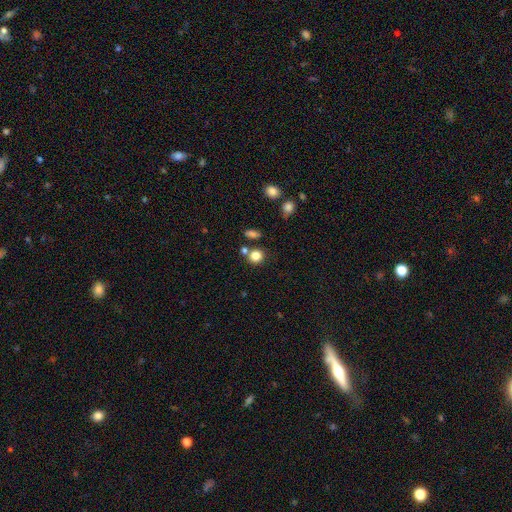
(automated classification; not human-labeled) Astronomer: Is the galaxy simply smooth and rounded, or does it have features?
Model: smooth — 82%.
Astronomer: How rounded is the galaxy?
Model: round — 84%.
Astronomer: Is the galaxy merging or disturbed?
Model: none — 69%.